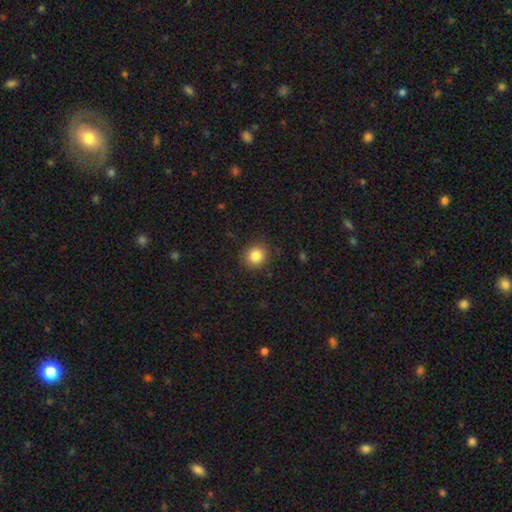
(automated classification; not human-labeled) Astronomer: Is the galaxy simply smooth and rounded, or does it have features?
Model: smooth — 84%.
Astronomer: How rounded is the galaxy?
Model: round — 83%.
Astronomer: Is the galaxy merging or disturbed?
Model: none — 88%.